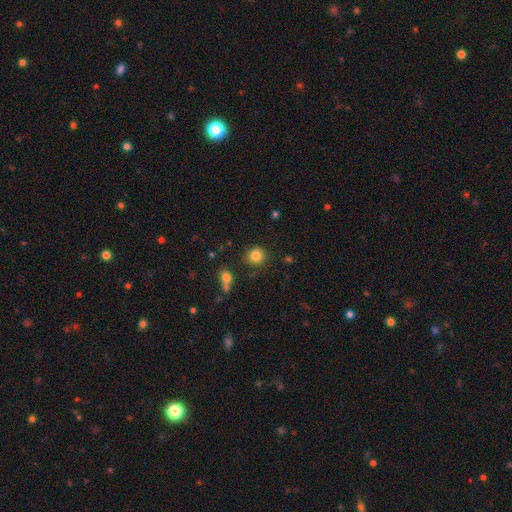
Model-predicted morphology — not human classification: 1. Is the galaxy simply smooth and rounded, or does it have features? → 83% smooth, 11% star or artifact, 6% featured or disk.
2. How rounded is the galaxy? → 89% round, 10% in between, 1% cigar-shaped.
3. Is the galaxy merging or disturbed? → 85% none, 9% minor disturbance, 4% merger, 3% major disturbance.